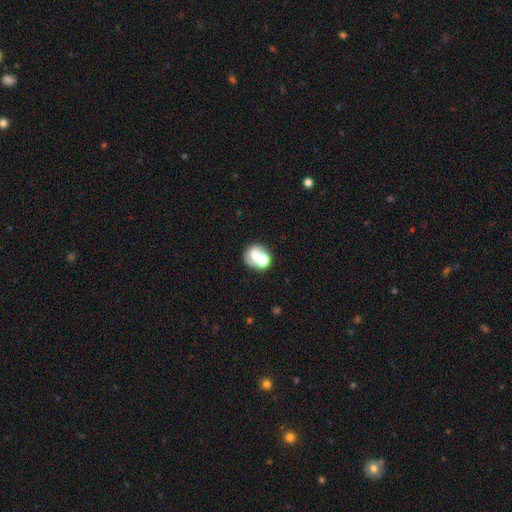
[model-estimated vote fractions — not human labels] Q: Smooth or featured?
A: smooth (57%); runner-up: featured or disk (31%)
Q: How rounded?
A: round (63%); runner-up: in between (36%)
Q: Merging?
A: merger (49%); runner-up: none (33%)